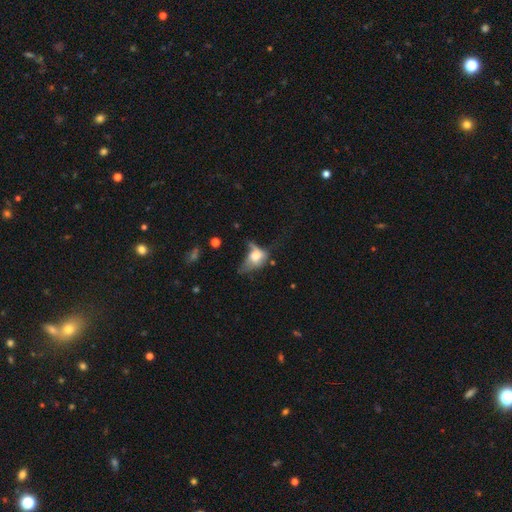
Smooth or featured? 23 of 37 (62%) said smooth. How rounded? 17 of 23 (74%) said in between. Merging? 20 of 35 (57%) said major disturbance.